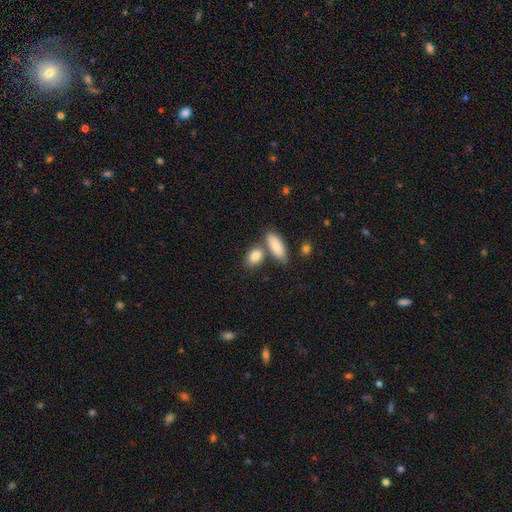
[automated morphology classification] Q: Smooth or featured?
A: smooth (85%); runner-up: featured or disk (8%)
Q: How rounded?
A: in between (81%); runner-up: round (12%)
Q: Merging?
A: none (57%); runner-up: merger (28%)